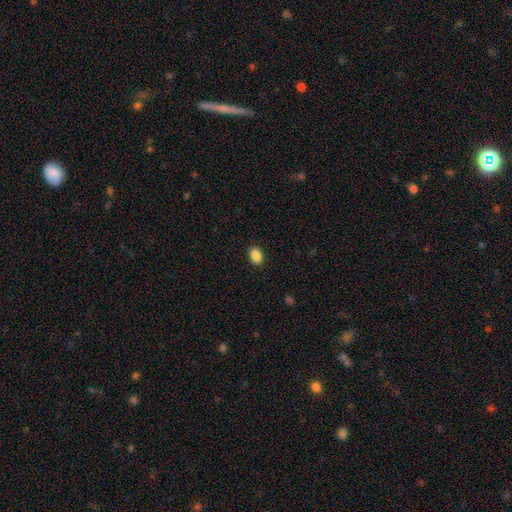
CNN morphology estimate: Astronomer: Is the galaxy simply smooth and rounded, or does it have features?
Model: smooth — 89%.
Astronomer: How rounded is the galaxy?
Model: in between — 77%.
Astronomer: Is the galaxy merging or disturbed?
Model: none — 90%.